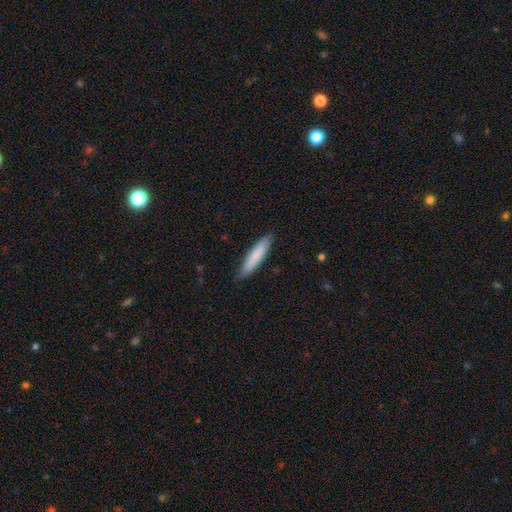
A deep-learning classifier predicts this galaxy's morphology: smooth-or-featured: smooth: 81% | featured or disk: 14% | star or artifact: 5%
  how-rounded: cigar-shaped: 87% | in between: 12% | round: 1%
  merging: none: 87% | minor disturbance: 11% | major disturbance: 2% | merger: 1%